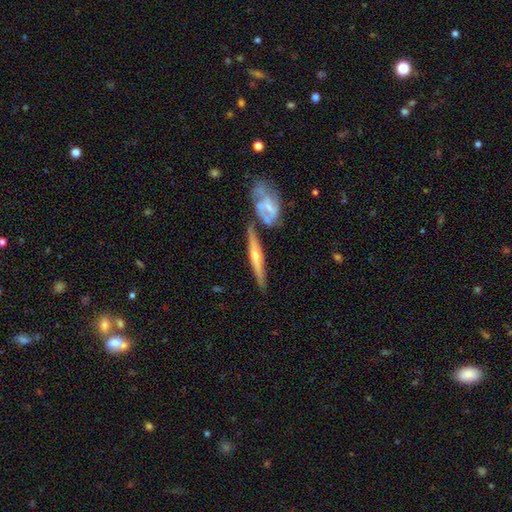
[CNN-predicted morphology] featured or disk 76%, smooth 18%, star or artifact 6%. Down the decision tree: edge-on disk — yes (91%); edge-on bulge — rounded (85%); merging — none (69%).